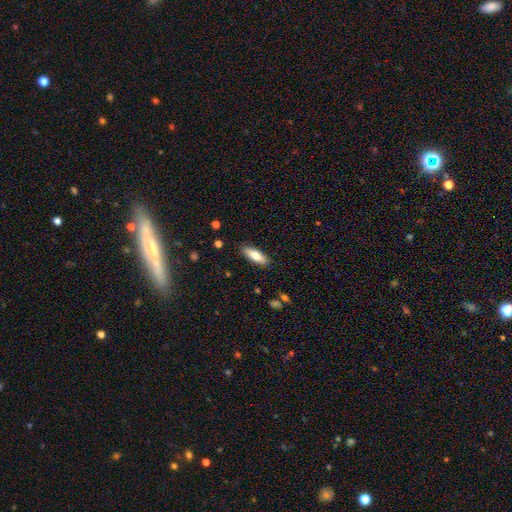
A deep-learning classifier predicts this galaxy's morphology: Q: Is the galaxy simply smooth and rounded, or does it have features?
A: smooth — 69%.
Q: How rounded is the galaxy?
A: in between — 57%.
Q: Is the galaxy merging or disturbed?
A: none — 88%.